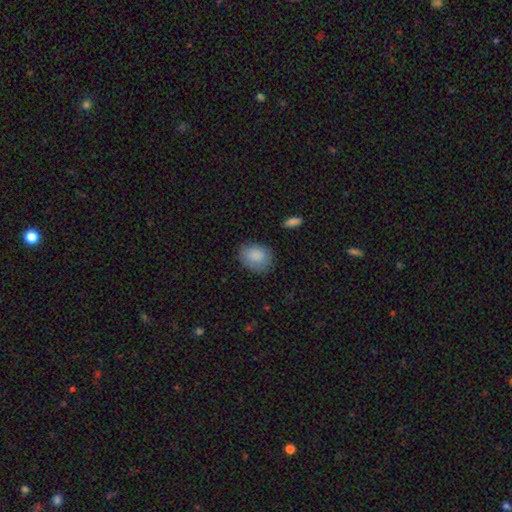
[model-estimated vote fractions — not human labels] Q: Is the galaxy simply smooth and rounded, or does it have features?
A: smooth — 85%.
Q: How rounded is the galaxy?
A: in between — 60%.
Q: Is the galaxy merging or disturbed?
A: none — 75%.